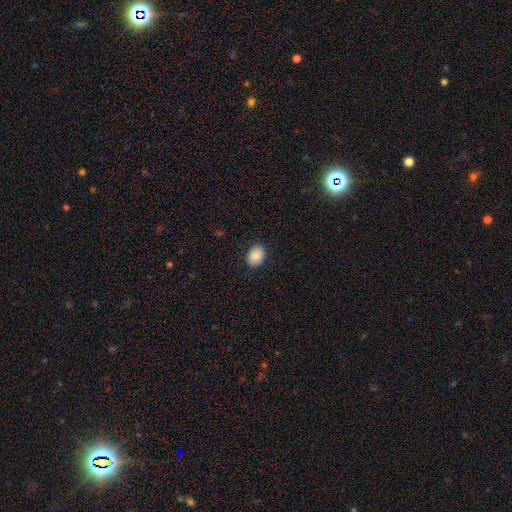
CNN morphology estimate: Smooth or featured? Predicted: smooth (p=0.88). How rounded? Predicted: in between (p=0.75). Merging? Predicted: none (p=0.88).